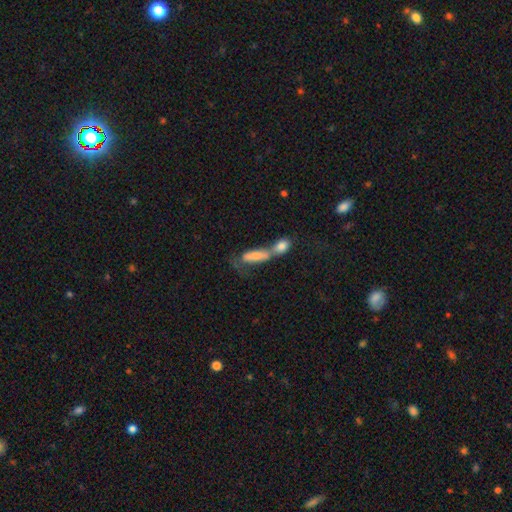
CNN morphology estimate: The model was most divided on "how rounded": in between: 61%, cigar-shaped: 34%, round: 5%. More confident: merging — merger (70%); smooth or featured — smooth (63%).